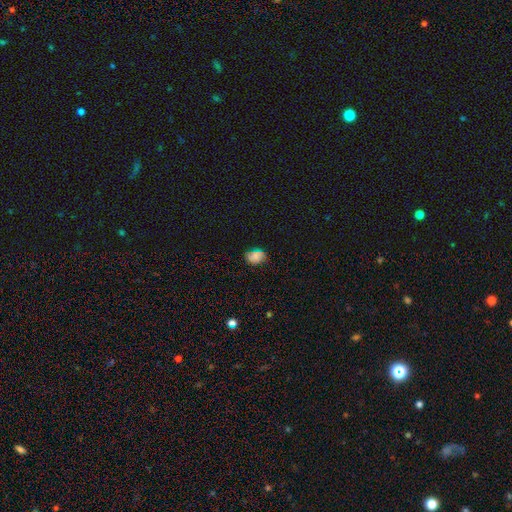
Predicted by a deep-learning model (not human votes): Smooth or featured: smooth — 73% (star or artifact — 15%)
How rounded: in between — 71% (round — 27%)
Merging: none — 76% (minor disturbance — 19%)